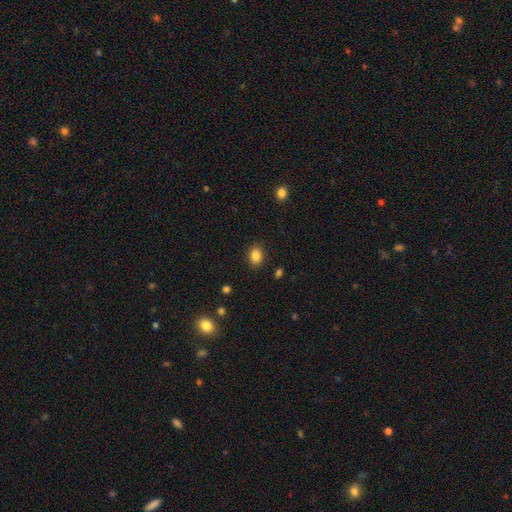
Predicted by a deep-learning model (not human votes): Smooth or featured? smooth (86%)
How rounded? in between (65%)
Merging? none (87%)